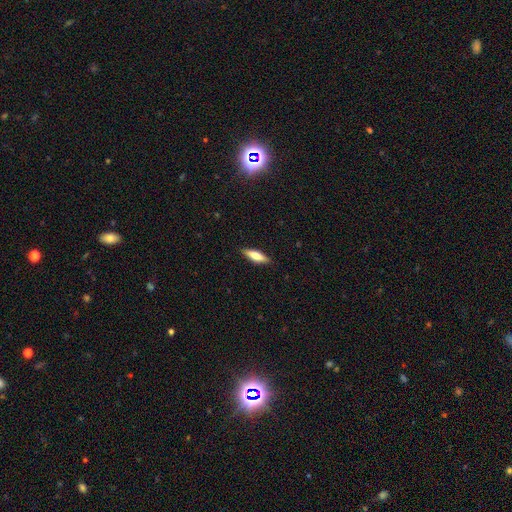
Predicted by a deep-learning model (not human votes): smooth_or_featured: smooth (p=0.66) [alt: featured or disk p=0.28]
how_rounded: cigar-shaped (p=0.56) [alt: in between p=0.42]
merging: none (p=0.88) [alt: minor disturbance p=0.09]